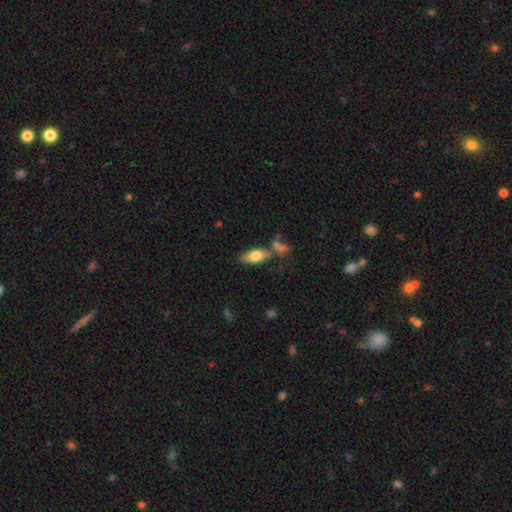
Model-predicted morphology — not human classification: smooth 69%, featured or disk 24%, star or artifact 7%. Down the decision tree: how rounded — in between (80%); merging — none (59%).